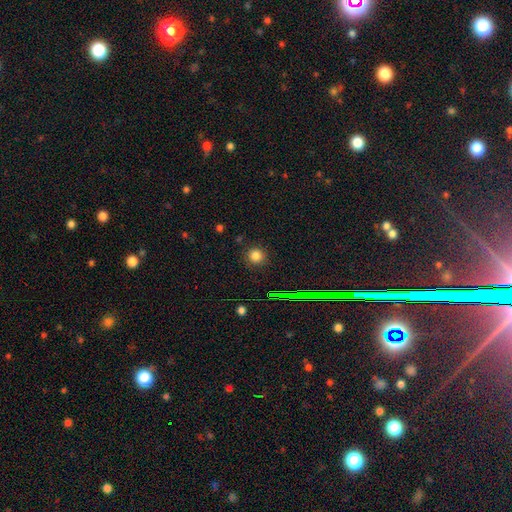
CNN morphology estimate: This appears to be a smooth galaxy with no disk features (78%) that is round (92%). Merging: none (88%).